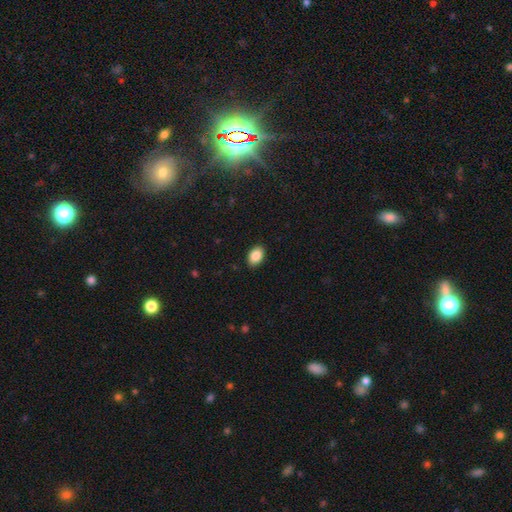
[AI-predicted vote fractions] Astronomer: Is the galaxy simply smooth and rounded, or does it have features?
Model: smooth — 88%.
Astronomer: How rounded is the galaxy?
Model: in between — 86%.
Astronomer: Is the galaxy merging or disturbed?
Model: none — 89%.